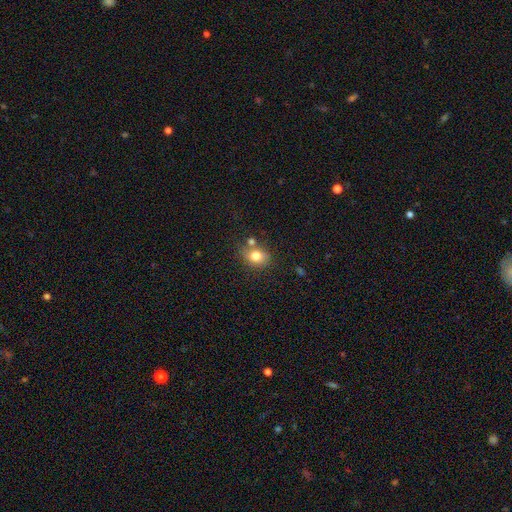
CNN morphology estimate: smooth_or_featured: smooth (p=0.79) [alt: featured or disk p=0.11]
how_rounded: in between (p=0.51) [alt: round p=0.48]
merging: none (p=0.63) [alt: merger p=0.16]